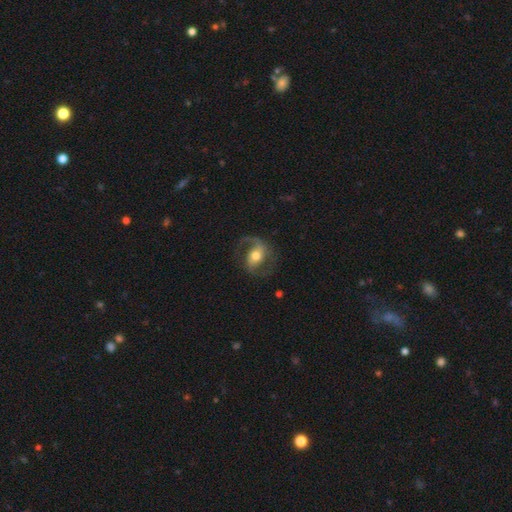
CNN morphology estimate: featured or disk 79%, smooth 15%, star or artifact 6%. Down the decision tree: edge-on disk — no (97%); bar — weak (39%); spiral arms — yes (92%); spiral arm count — 2 (84%); spiral winding — medium (50%); bulge size — moderate (70%); merging — none (71%).